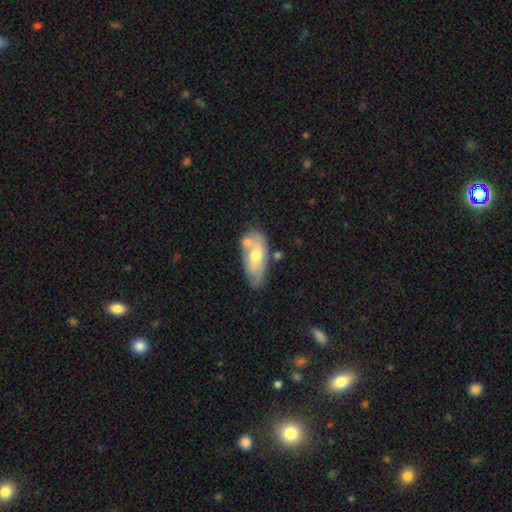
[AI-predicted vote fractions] The model was most divided on "smooth or featured": smooth: 52%, featured or disk: 42%, star or artifact: 6%. More confident: how rounded — in between (84%); merging — none (53%).